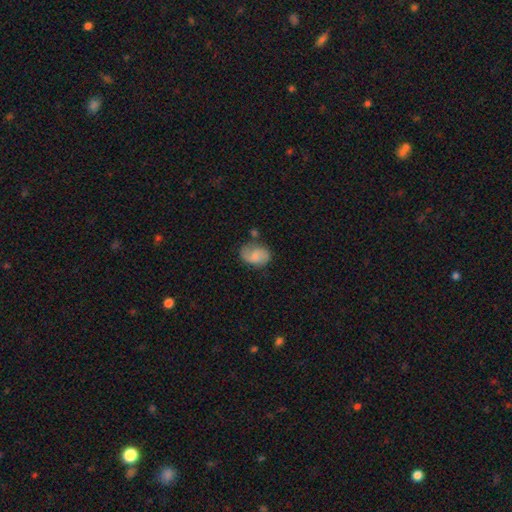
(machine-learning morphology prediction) Smooth or featured: smooth — 51% (featured or disk — 41%)
How rounded: in between — 73% (round — 26%)
Merging: none — 57% (minor disturbance — 26%)